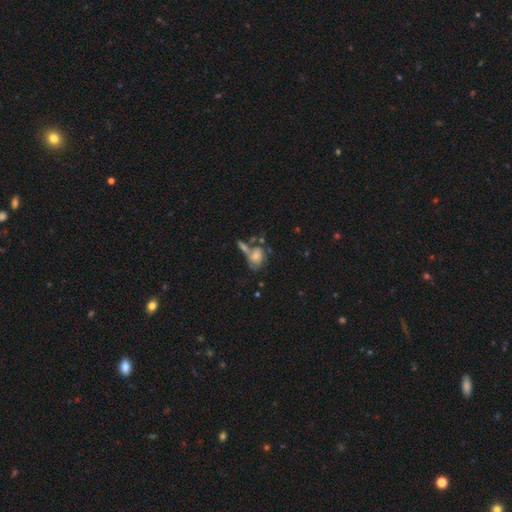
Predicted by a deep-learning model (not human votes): Smooth or featured? smooth (58%)
How rounded? in between (73%)
Merging? merger (37%)